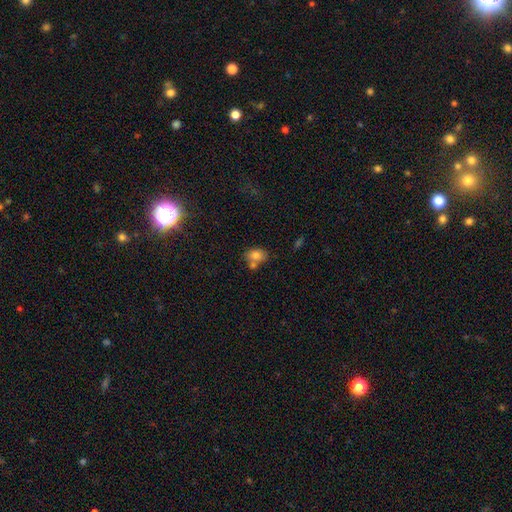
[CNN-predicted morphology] smooth_or_featured: smooth (p=0.78) [alt: featured or disk p=0.12]
how_rounded: in between (p=0.72) [alt: round p=0.26]
merging: none (p=0.49) [alt: merger p=0.32]